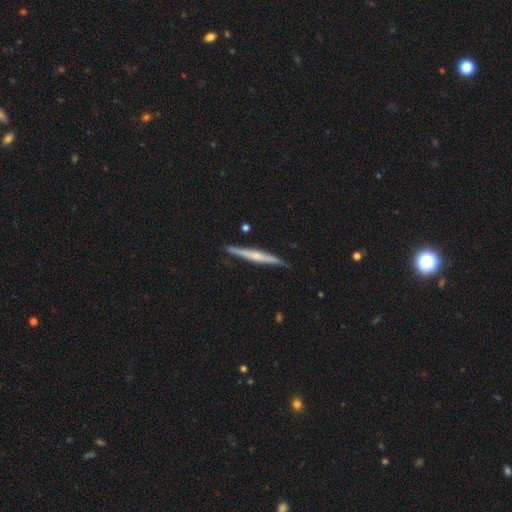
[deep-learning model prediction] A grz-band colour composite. It shows a featured or disk galaxy (62%) viewed edge-on (98%) with a rounded central bulge (51%). Merging: none (88%).